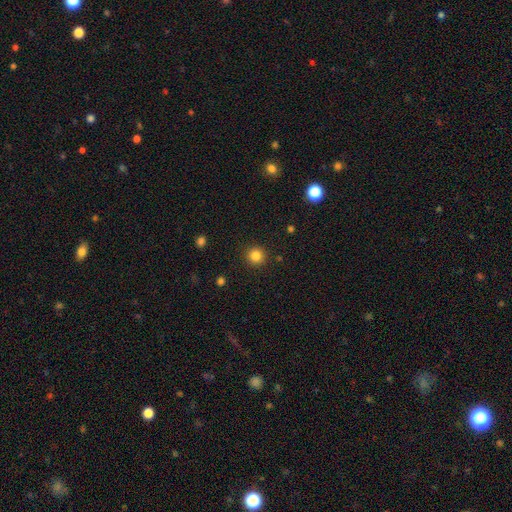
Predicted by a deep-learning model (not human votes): Q: Smooth or featured?
A: smooth (84%); runner-up: star or artifact (12%)
Q: How rounded?
A: round (95%); runner-up: in between (4%)
Q: Merging?
A: none (92%); runner-up: minor disturbance (5%)